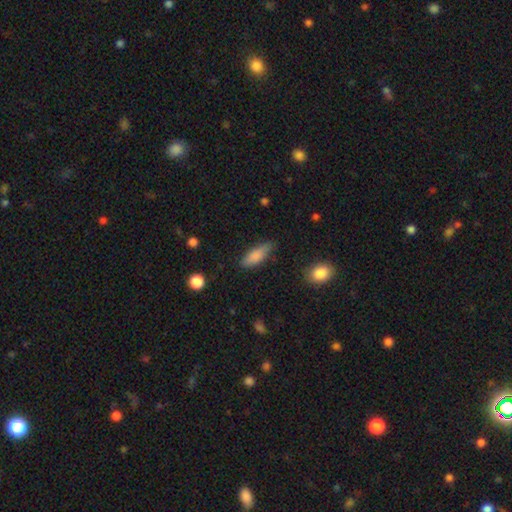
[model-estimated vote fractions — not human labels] The model was most divided on "how rounded": in between: 59%, cigar-shaped: 38%, round: 2%. More confident: smooth or featured — smooth (82%); merging — none (74%).